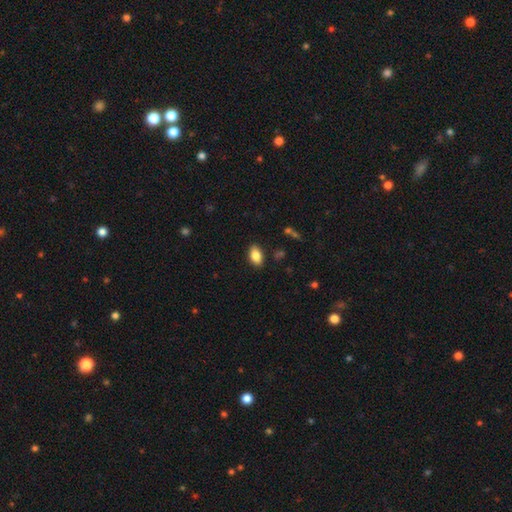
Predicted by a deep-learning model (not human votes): Overall: smooth (85%). How rounded: in between (92%). Merging: none (87%).